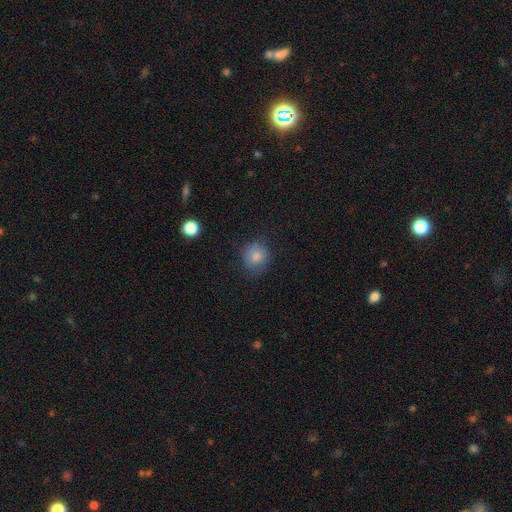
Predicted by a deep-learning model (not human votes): Morphology: type=smooth (83%); roundness=round (83%); merging=none (75%).